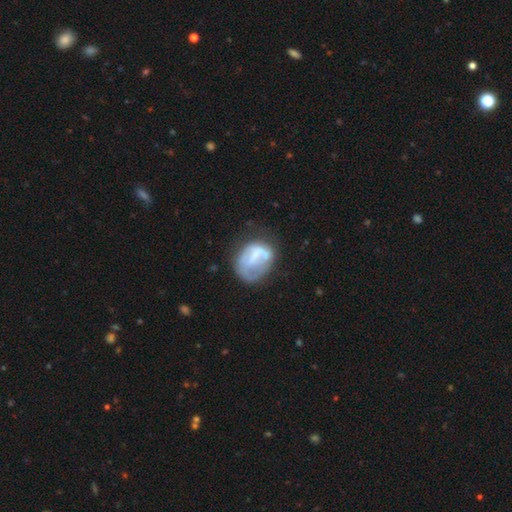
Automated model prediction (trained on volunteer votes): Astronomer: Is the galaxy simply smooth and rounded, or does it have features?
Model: smooth — 47% (runner-up: featured or disk, 45%).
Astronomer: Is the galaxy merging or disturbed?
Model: none — 37% (runner-up: major disturbance, 30%).